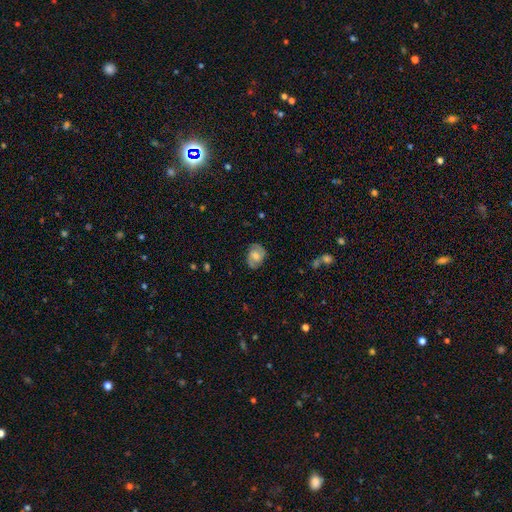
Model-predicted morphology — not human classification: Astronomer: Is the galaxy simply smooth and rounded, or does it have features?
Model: featured or disk — 66%.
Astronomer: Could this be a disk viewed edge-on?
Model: no — 97%.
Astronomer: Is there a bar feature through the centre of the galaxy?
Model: no — 49% (runner-up: weak, 42%).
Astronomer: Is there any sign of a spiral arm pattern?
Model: yes — 92%.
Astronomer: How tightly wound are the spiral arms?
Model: medium — 45% (runner-up: tight, 40%).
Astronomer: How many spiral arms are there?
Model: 2 — 86%.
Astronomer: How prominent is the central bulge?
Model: moderate — 49% (runner-up: small, 32%).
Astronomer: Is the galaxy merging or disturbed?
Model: none — 80%.